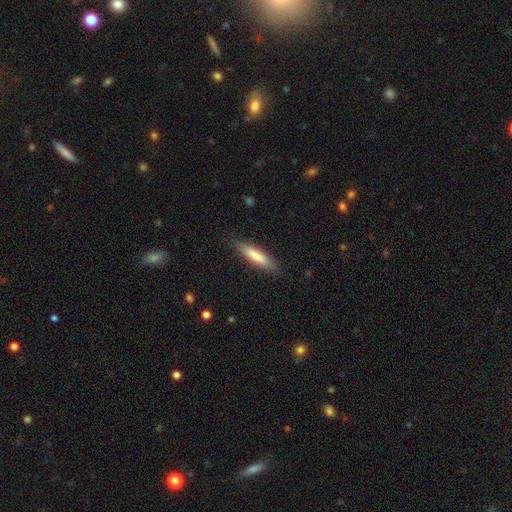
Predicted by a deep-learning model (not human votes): Smooth or featured? smooth (81%)
How rounded? cigar-shaped (79%)
Merging? none (86%)